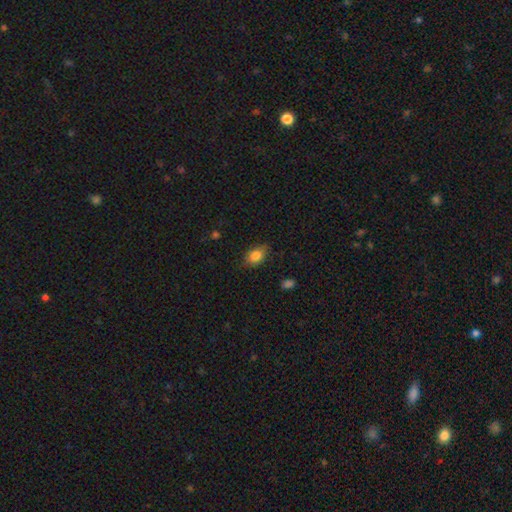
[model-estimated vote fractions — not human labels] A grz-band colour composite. It shows a smooth galaxy with no disk features (83%) that is in between round and cigar-shaped (81%). Merging: none (78%).